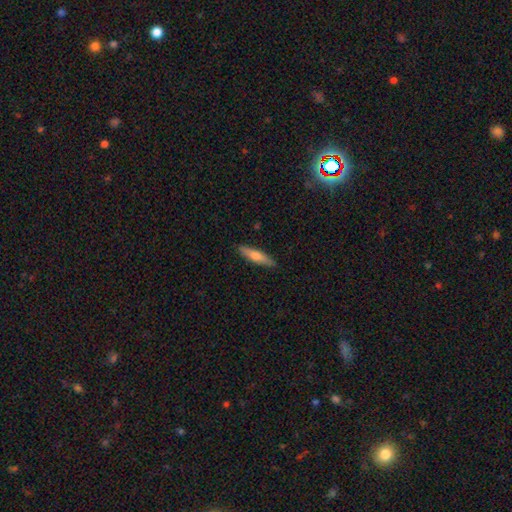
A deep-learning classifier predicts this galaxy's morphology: This appears to be a smooth galaxy with no disk features (57%) that is cigar-shaped (79%). Merging: none (90%).